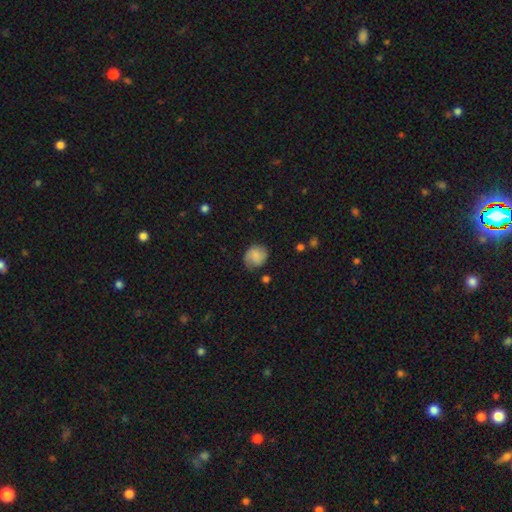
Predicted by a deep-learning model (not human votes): The model was most divided on "smooth or featured": smooth: 63%, featured or disk: 30%, star or artifact: 8%. More confident: how rounded — round (74%); merging — none (66%).